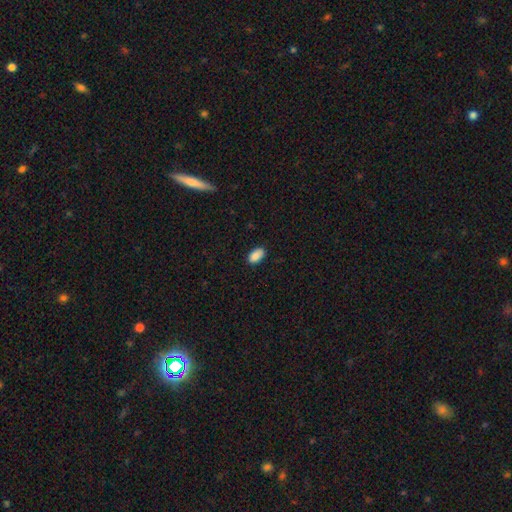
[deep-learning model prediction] Q: Smooth or featured?
A: smooth (89%); runner-up: star or artifact (7%)
Q: How rounded?
A: in between (93%); runner-up: round (5%)
Q: Merging?
A: none (84%); runner-up: minor disturbance (13%)